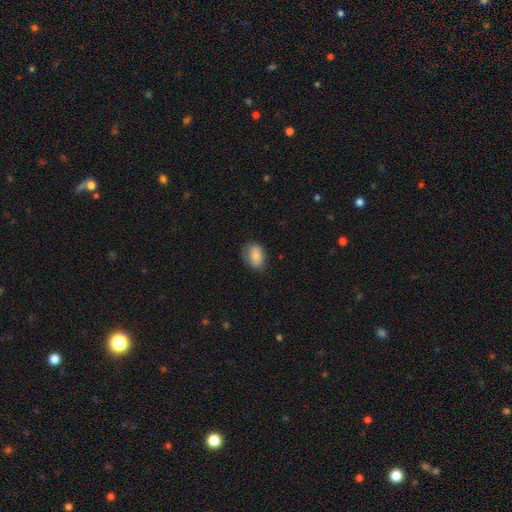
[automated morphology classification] This appears to be a smooth galaxy with no disk features (79%) that is in between round and cigar-shaped (78%). Merging: none (71%).